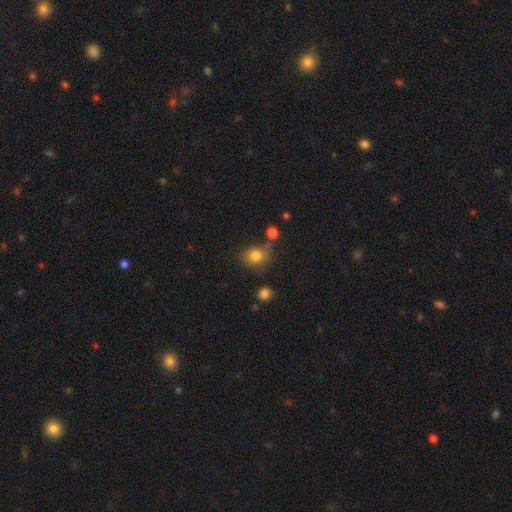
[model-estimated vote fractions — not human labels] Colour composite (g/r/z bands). It shows a smooth galaxy with no disk features (81%) that is round (69%). Merging: none (62%).